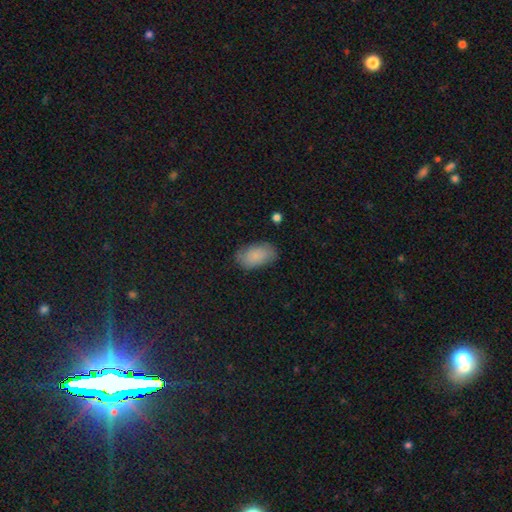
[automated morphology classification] Smooth or featured: smooth — 81% (featured or disk — 11%)
How rounded: in between — 93% (round — 5%)
Merging: none — 76% (minor disturbance — 18%)